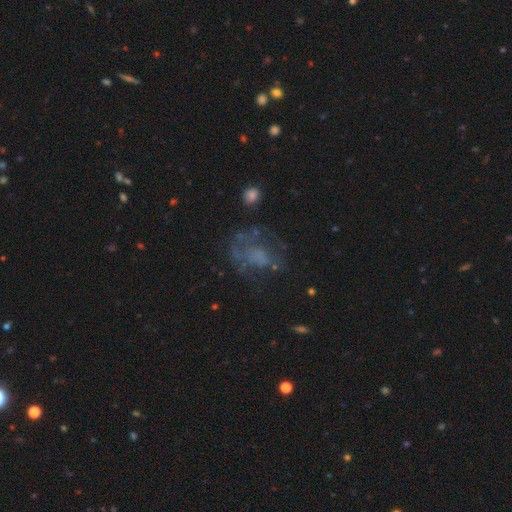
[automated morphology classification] The model was most divided on "merging": none: 44%, major disturbance: 32%, minor disturbance: 19%, merger: 5%. More confident: edge-on disk — no (97%); bar — no (86%); spiral arms — no (69%); bulge size — none (65%); smooth or featured — featured or disk (52%).